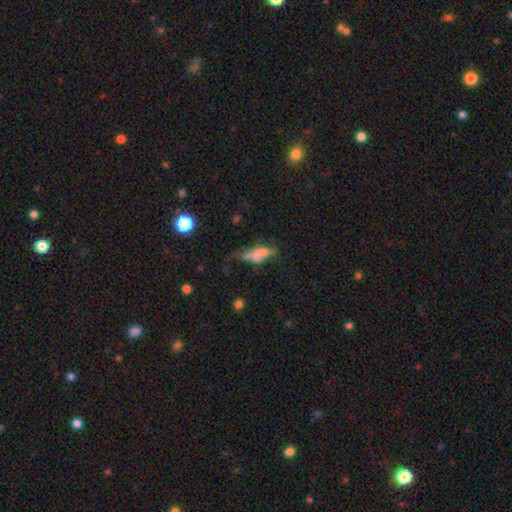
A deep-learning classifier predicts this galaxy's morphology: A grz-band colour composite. It shows a smooth galaxy with no disk features (53%) that is cigar-shaped (49%). Merging: none (35%).